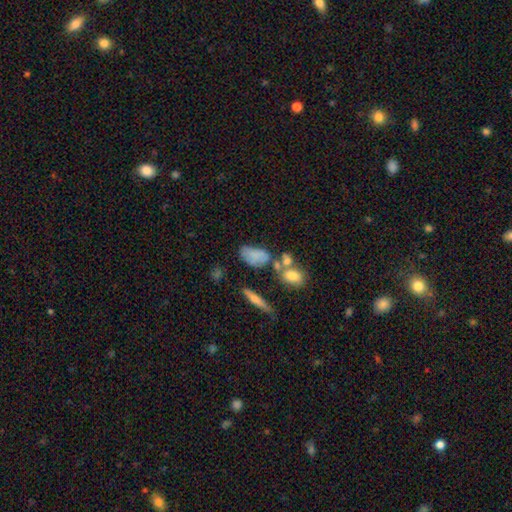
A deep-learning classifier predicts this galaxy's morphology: Overall: smooth (70%). How rounded: in between (87%). Merging: none (39%; minor disturbance 25%).